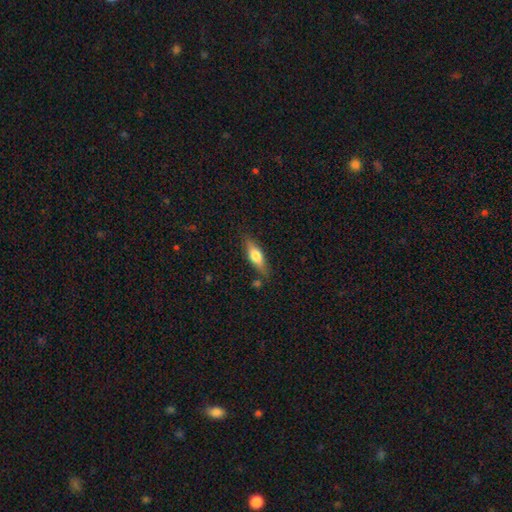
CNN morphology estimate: Overall: smooth (60%; featured or disk 34%). How rounded: cigar-shaped (50%; in between 47%). Merging: none (80%).